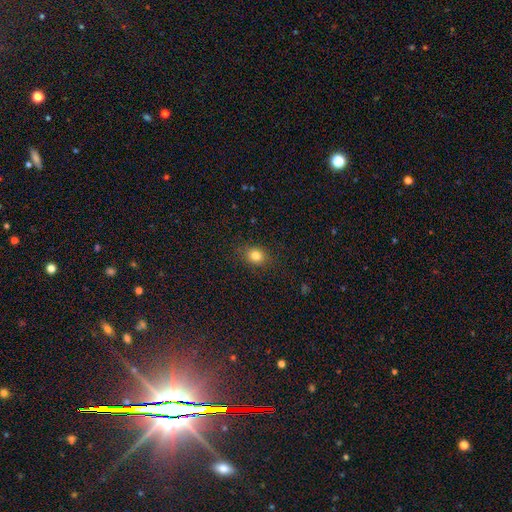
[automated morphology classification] smooth 82%, star or artifact 12%, featured or disk 6%. Down the decision tree: how rounded — round (62%); merging — none (86%).